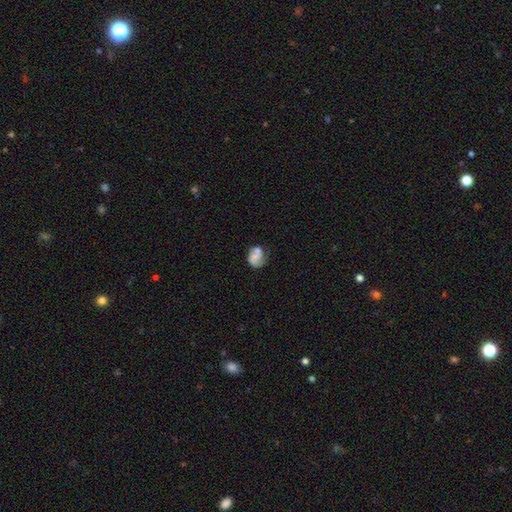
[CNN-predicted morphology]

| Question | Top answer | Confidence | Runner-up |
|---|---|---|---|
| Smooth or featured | smooth | 55% | featured or disk (35%) |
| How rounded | round | 59% | in between (40%) |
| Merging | none | 42% | minor disturbance (23%) |